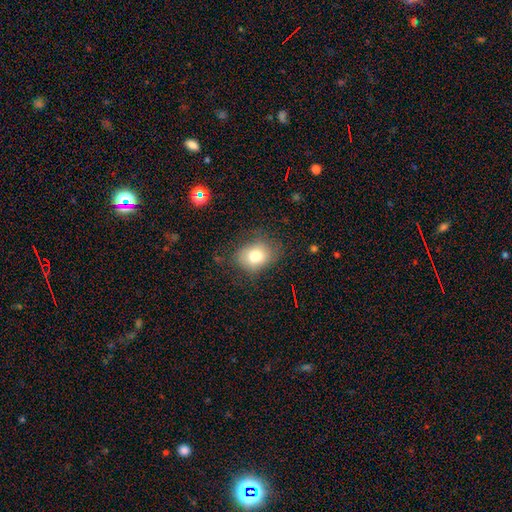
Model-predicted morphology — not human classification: Smooth or featured? smooth (77%)
How rounded? in between (54%)
Merging? none (70%)